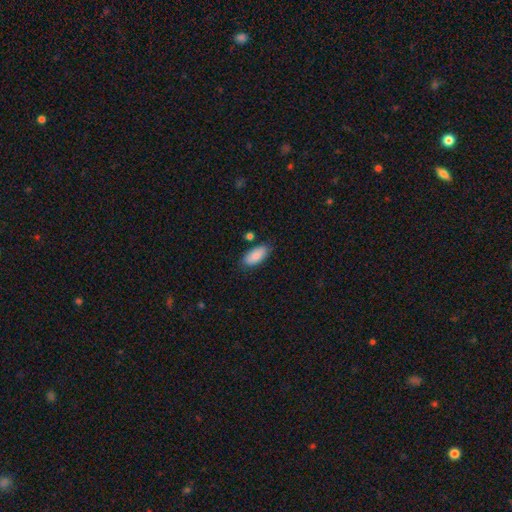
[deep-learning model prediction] Smooth or featured: smooth — 85% (featured or disk — 8%)
How rounded: in between — 91% (cigar-shaped — 7%)
Merging: none — 78% (minor disturbance — 15%)